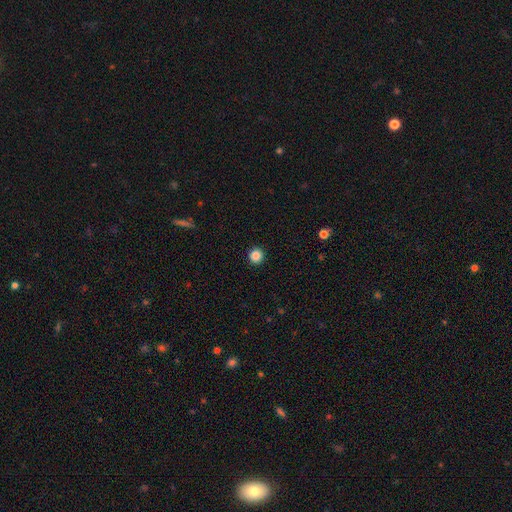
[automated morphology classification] Smooth or featured? Predicted: smooth (p=0.87). How rounded? Predicted: round (p=0.95). Merging? Predicted: none (p=0.93).